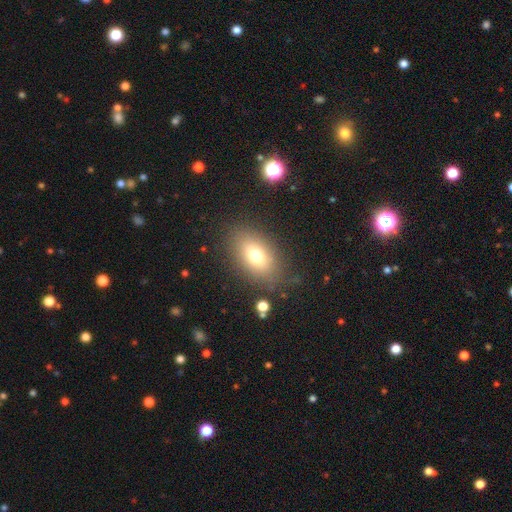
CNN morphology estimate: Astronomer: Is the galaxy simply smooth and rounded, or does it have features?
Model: smooth — 72%.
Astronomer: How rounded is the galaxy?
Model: in between — 84%.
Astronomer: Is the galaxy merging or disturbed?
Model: none — 79%.